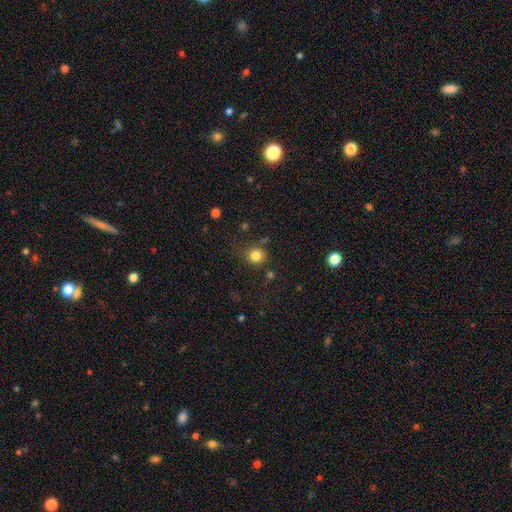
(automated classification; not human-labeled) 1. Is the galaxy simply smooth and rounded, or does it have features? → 82% smooth, 13% star or artifact, 6% featured or disk.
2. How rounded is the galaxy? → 87% round, 12% in between, 1% cigar-shaped.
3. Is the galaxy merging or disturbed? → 77% none, 13% minor disturbance, 5% merger, 5% major disturbance.